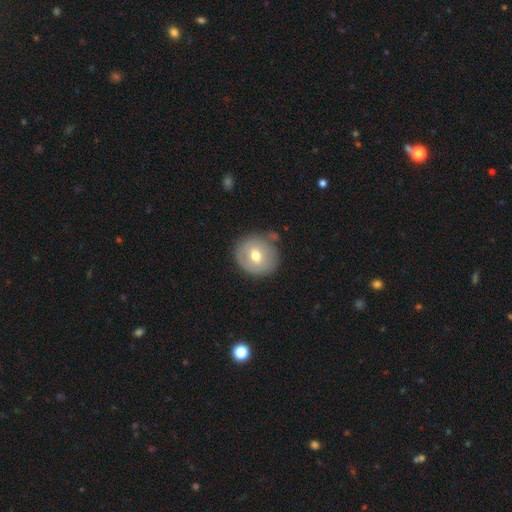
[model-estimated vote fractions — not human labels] Morphology: type=smooth (61%); roundness=round (88%); merging=none (76%).